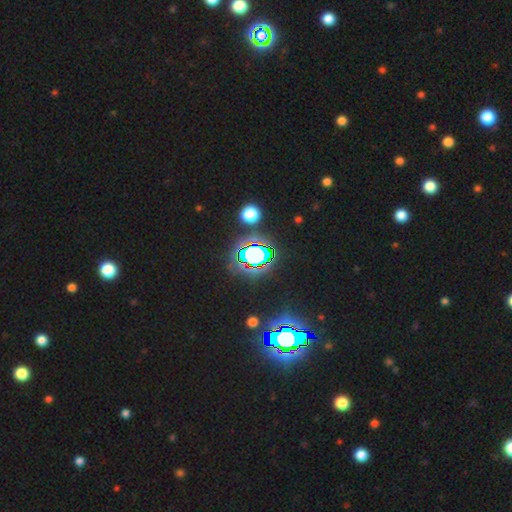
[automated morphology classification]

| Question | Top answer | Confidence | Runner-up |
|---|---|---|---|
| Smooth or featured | star or artifact | 67% | smooth (19%) |